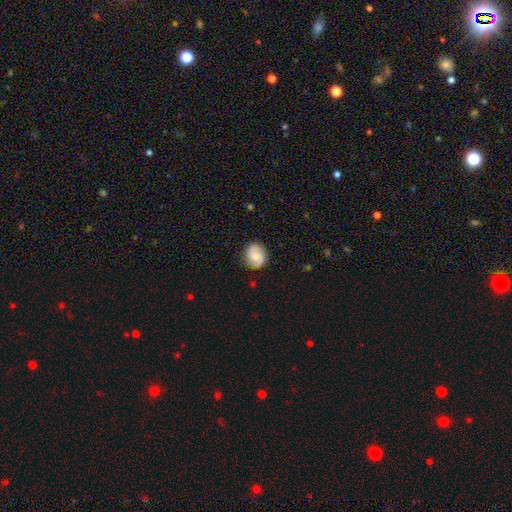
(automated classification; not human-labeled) smooth-or-featured: featured or disk: 52% | smooth: 41% | star or artifact: 7%
  disk-edge-on: no: 98% | yes: 2%
    bar: no: 50% | weak: 42% | strong: 8%
    has-spiral-arms: yes: 91% | no: 9%
    bulge-size: small: 43% | moderate: 39% | none: 13% | large: 4% | dominant: 1%
  merging: none: 82% | minor disturbance: 14% | major disturbance: 3% | merger: 1%